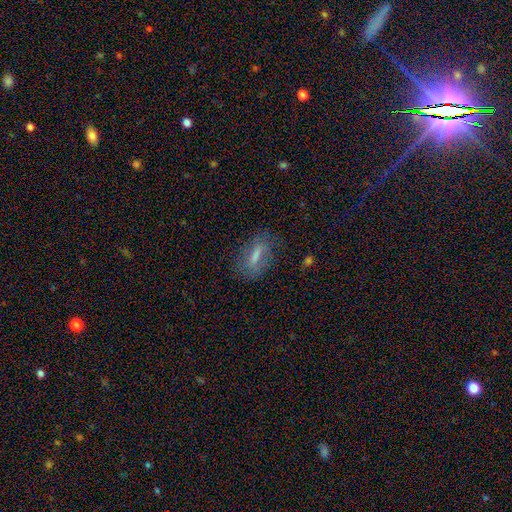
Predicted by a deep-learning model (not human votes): Overall: smooth (58%; featured or disk 30%). How rounded: in between (55%; cigar-shaped 39%). Merging: none (72%).